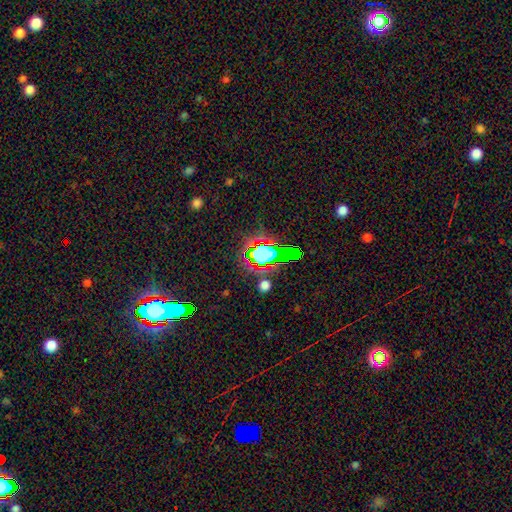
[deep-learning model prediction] Overall: star or artifact (55%; smooth 30%).